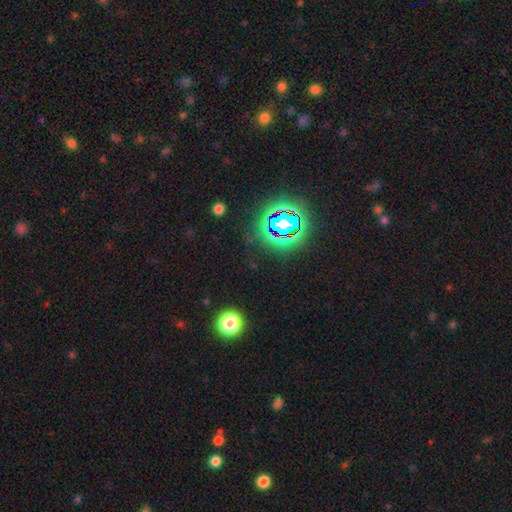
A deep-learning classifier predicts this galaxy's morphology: type=star or artifact (76%).